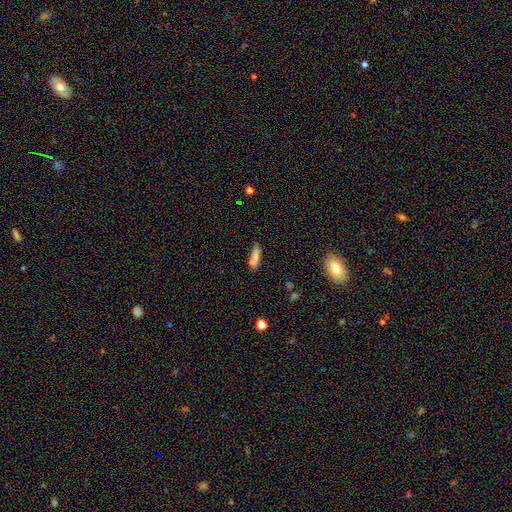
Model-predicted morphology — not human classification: The model was most divided on "how rounded": in between: 51%, cigar-shaped: 45%, round: 4%. More confident: smooth or featured — smooth (73%); merging — none (62%).